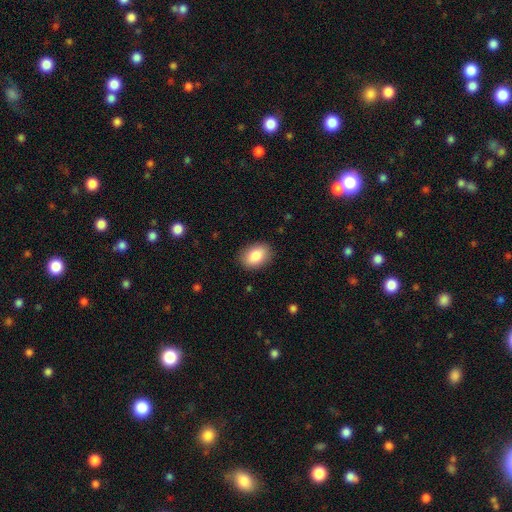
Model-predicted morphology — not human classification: This is clearly a smooth galaxy (86%). How rounded: clearly in between (84%). Merging: clearly none (87%).